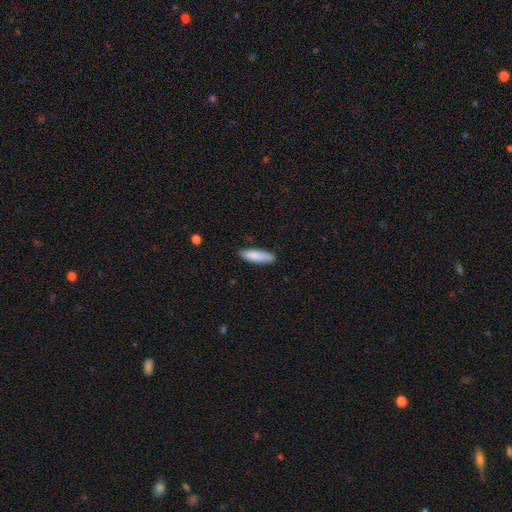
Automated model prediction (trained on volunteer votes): A smooth galaxy with no disk features (86%) that is cigar-shaped (61%).

Vote fractions:
- Smooth or featured? smooth: 86% / featured or disk: 8% / star or artifact: 6%
- How rounded? cigar-shaped: 61% / in between: 38% / round: 1%
- Merging? none: 84% / minor disturbance: 13% / major disturbance: 2% / merger: 1%